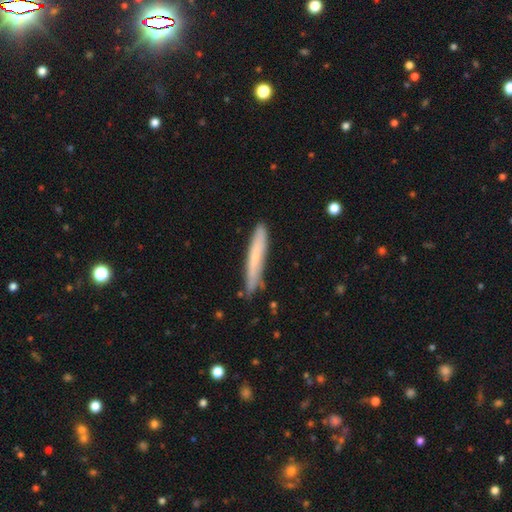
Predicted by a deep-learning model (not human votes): This appears to be a smooth galaxy with no disk features (66%) that is cigar-shaped (95%). Merging: none (79%).